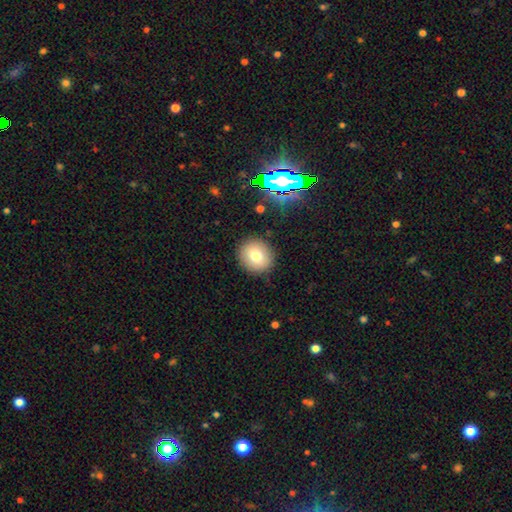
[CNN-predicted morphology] Overall: smooth (75%). How rounded: round (85%). Merging: none (89%).